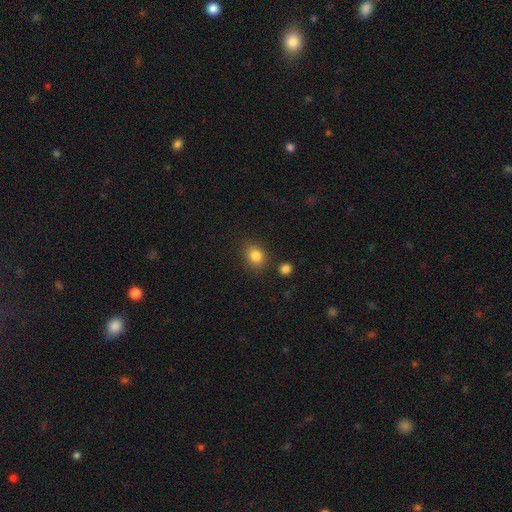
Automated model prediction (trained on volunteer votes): This is clearly a smooth galaxy (83%). How rounded: possibly in between (54%). Merging: likely none (79%).